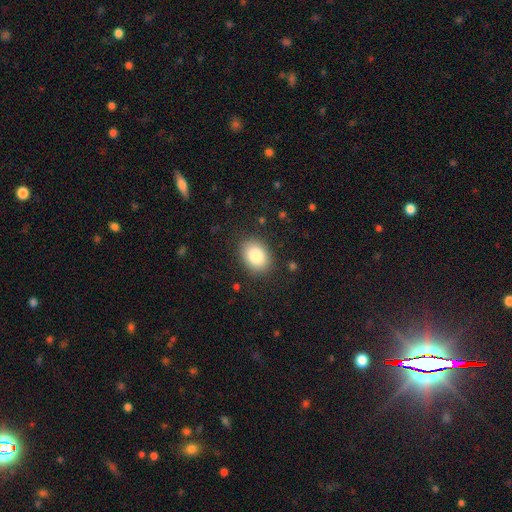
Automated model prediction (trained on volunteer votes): Overall: smooth (85%). How rounded: in between (68%; round 31%). Merging: none (85%).